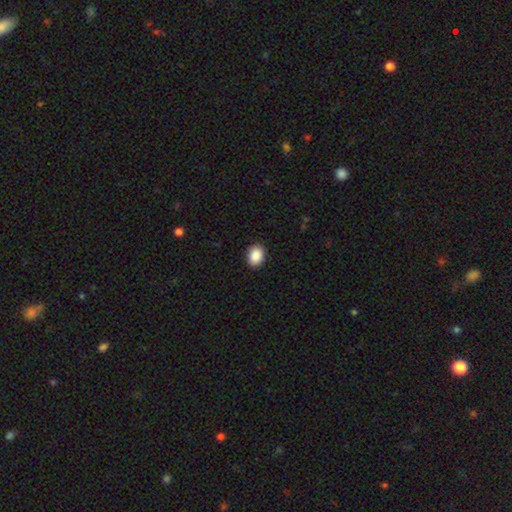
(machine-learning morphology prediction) A smooth galaxy with no disk features (90%) that is in between round and cigar-shaped (66%). Merging: none (90%).